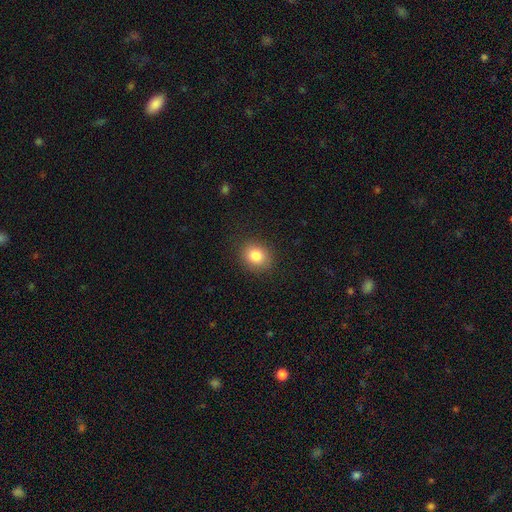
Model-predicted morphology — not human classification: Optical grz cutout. It shows a smooth galaxy with no disk features (83%) that is round (62%). Merging: none (88%).